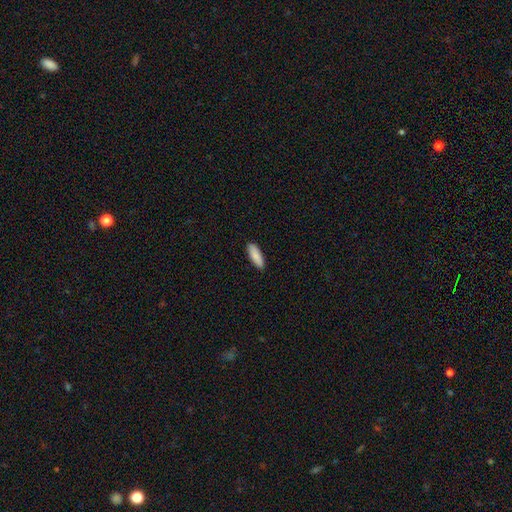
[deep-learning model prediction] smooth-or-featured: smooth: 89% | star or artifact: 6% | featured or disk: 5%
  how-rounded: in between: 56% | cigar-shaped: 42% | round: 2%
  merging: none: 91% | minor disturbance: 7% | major disturbance: 2% | merger: 1%